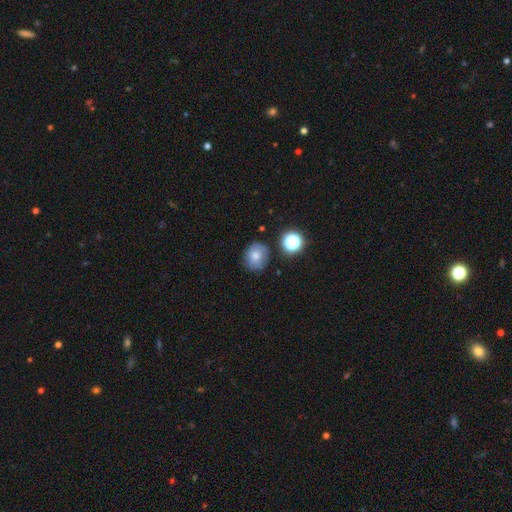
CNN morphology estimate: Smooth or featured? Predicted: smooth (p=0.73). How rounded? Predicted: round (p=0.73). Merging? Predicted: none (p=0.75).